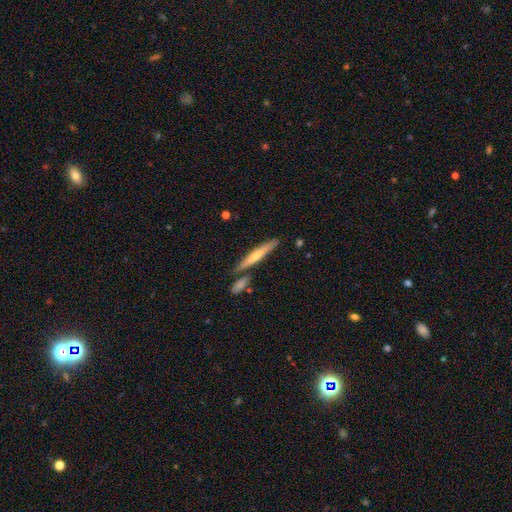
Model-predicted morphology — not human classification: Smooth or featured: featured or disk — 63% (smooth — 31%)
Edge-on disk: yes — 96% (no — 4%)
Edge-on bulge: rounded — 77% (none — 19%)
Merging: none — 80% (minor disturbance — 10%)